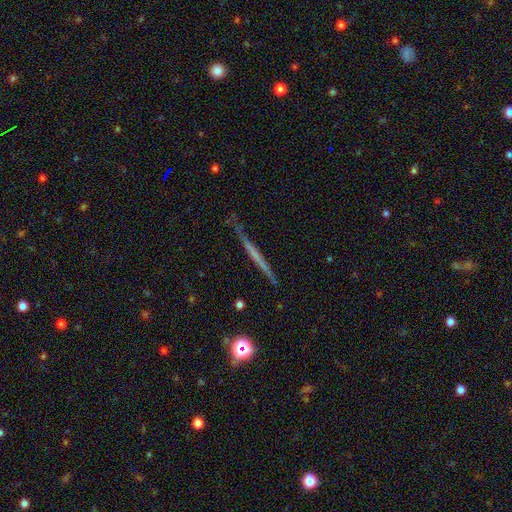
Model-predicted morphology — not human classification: The model was most divided on "smooth or featured": featured or disk: 59%, smooth: 33%, star or artifact: 9%. More confident: edge-on disk — yes (96%); edge-on bulge — none (86%); merging — none (83%).